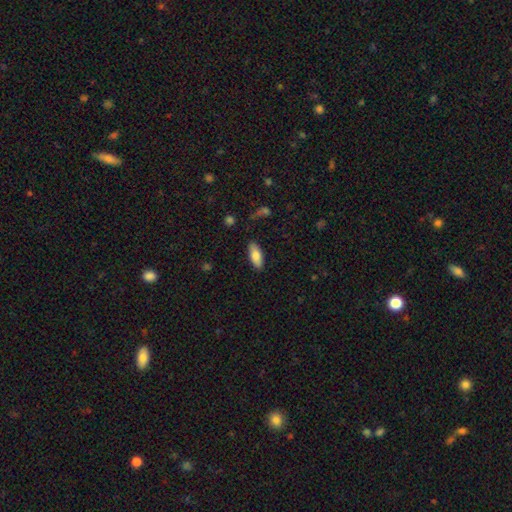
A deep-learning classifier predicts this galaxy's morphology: type=smooth (80%); roundness=in between (80%); merging=none (85%).